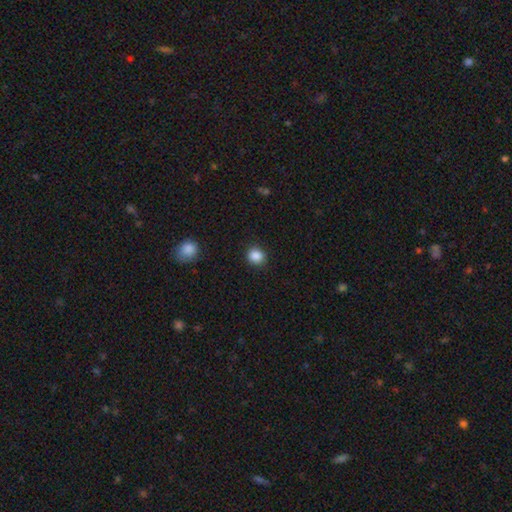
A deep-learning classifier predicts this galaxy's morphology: A smooth galaxy with no disk features (87%) that is round (83%).

Vote fractions:
- Smooth or featured? smooth: 87% / star or artifact: 10% / featured or disk: 3%
- How rounded? round: 83% / in between: 17% / cigar-shaped: 1%
- Merging? none: 89% / minor disturbance: 8% / major disturbance: 2% / merger: 1%